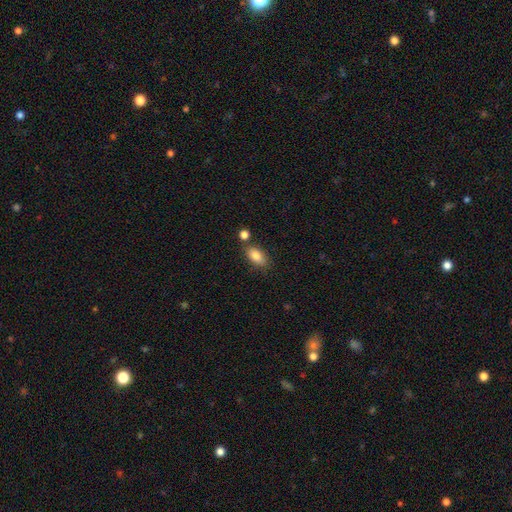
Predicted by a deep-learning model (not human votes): Q: Smooth or featured?
A: smooth (84%); runner-up: featured or disk (8%)
Q: How rounded?
A: in between (89%); runner-up: round (6%)
Q: Merging?
A: none (74%); runner-up: minor disturbance (13%)